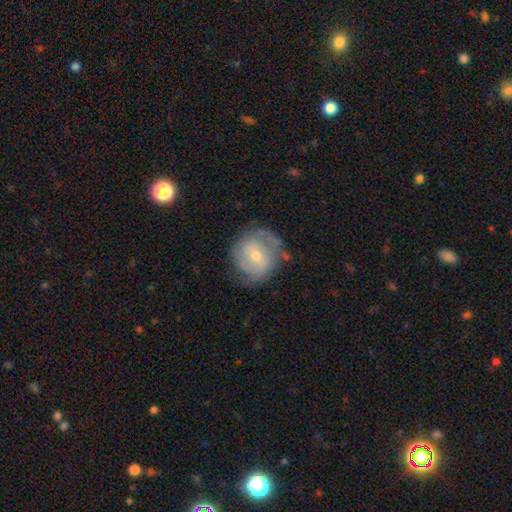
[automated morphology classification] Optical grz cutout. It shows a featured or disk galaxy (62%) with no bar (44%, tied with weak), spiral arms (78%) and a small central bulge (51%). Merging: none (67%).